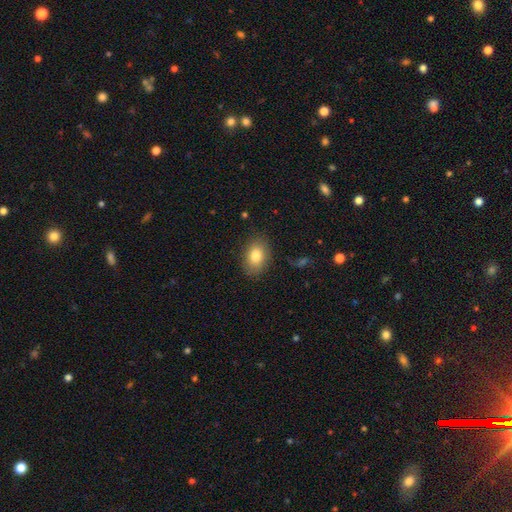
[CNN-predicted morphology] This is clearly a smooth galaxy (82%). How rounded: clearly in between (83%). Merging: clearly none (85%).